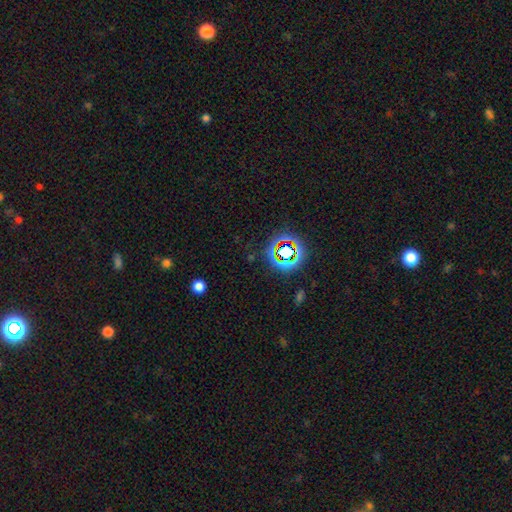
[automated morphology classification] smooth-or-featured: star or artifact: 71% | smooth: 16% | featured or disk: 13%